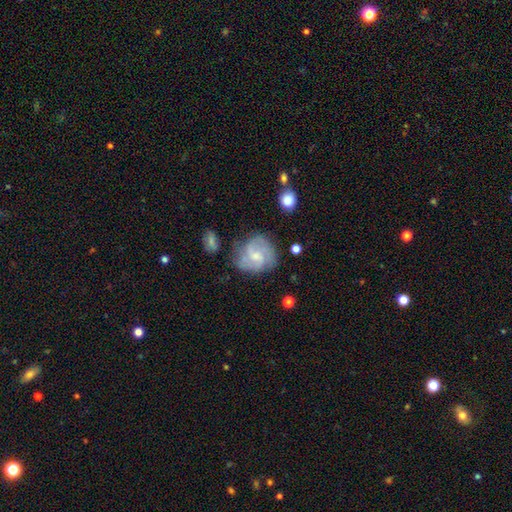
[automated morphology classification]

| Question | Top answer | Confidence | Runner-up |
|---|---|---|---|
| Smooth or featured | featured or disk | 68% | smooth (25%) |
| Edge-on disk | no | 98% | yes (2%) |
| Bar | weak | 47% | tied: no (47%) |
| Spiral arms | yes | 89% | no (11%) |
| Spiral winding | medium | 48% | tight (29%) |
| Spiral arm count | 2 | 50% | can't tell (22%) |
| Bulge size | small | 55% | moderate (34%) |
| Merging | none | 62% | minor disturbance (22%) |